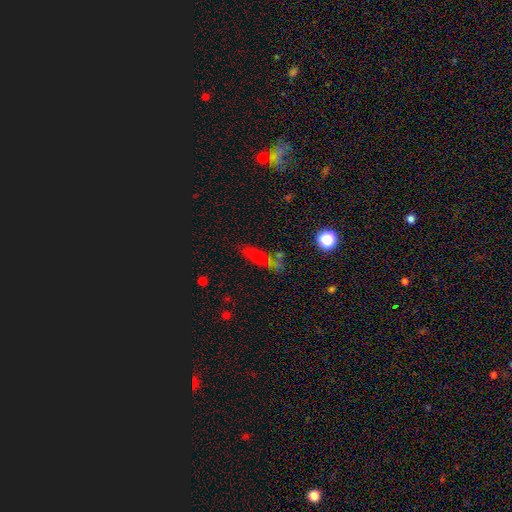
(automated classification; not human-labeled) This is possibly a smooth galaxy (52%). How rounded: likely cigar-shaped (61%). Merging: likely none (70%).